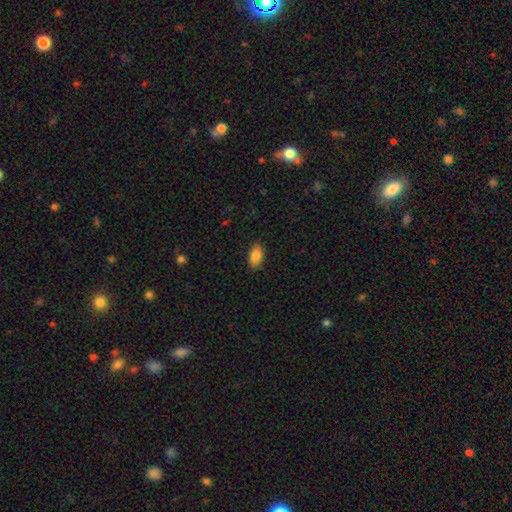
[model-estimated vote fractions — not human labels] smooth-or-featured: smooth: 87% | star or artifact: 7% | featured or disk: 6%
  how-rounded: in between: 93% | cigar-shaped: 4% | round: 3%
  merging: none: 88% | minor disturbance: 9% | major disturbance: 2% | merger: 1%